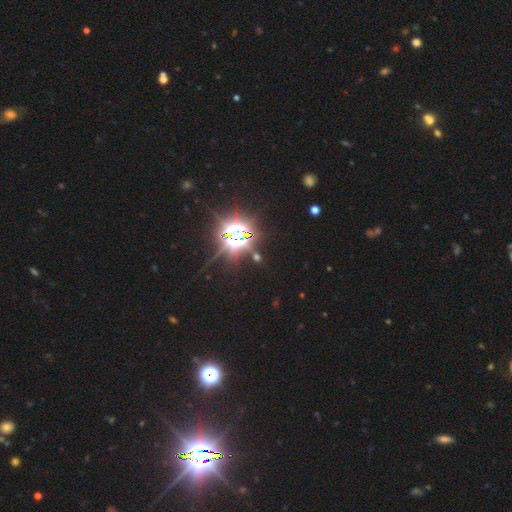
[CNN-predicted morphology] star or artifact 83%, smooth 9%, featured or disk 8%.